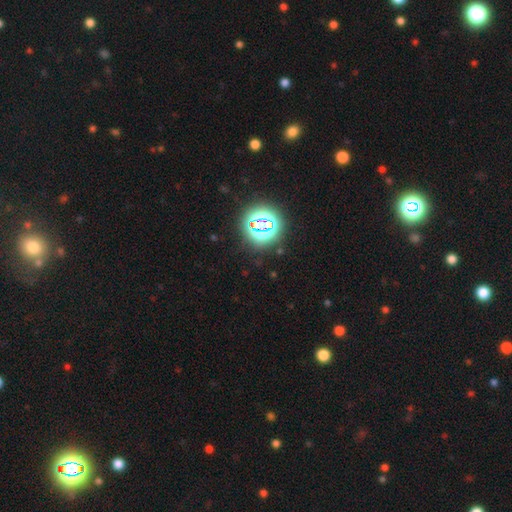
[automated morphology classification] Smooth or featured?
  - star or artifact: 79% *
  - smooth: 14%
  - featured or disk: 7%